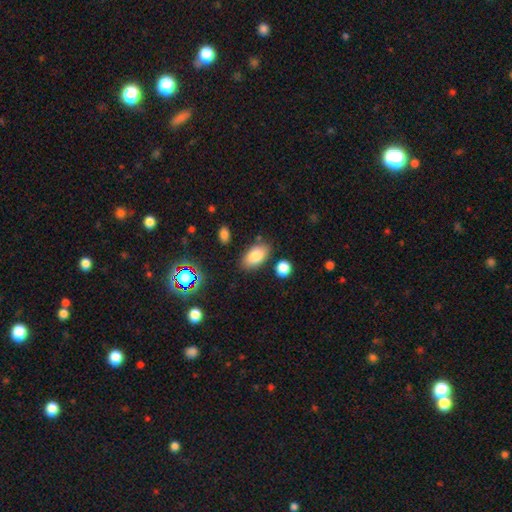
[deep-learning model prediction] smooth-or-featured: smooth: 82% | featured or disk: 9% | star or artifact: 9%
  how-rounded: in between: 92% | round: 5% | cigar-shaped: 3%
  merging: none: 81% | minor disturbance: 12% | merger: 5% | major disturbance: 3%